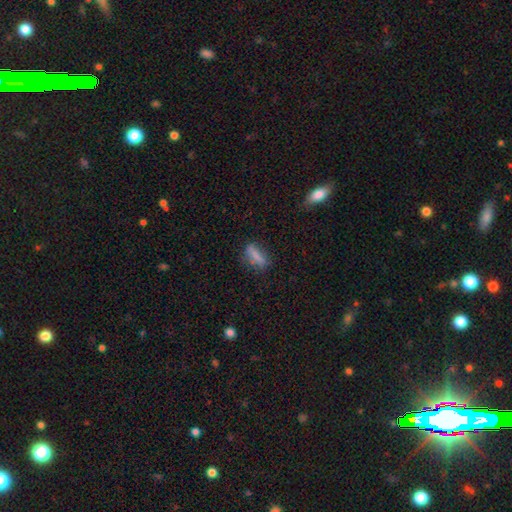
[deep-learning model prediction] A smooth galaxy with no disk features (76%) that is in between round and cigar-shaped (49%).

Vote fractions:
- Smooth or featured? smooth: 76% / featured or disk: 14% / star or artifact: 11%
- How rounded? in between: 49% / cigar-shaped: 47% / round: 4%
- Merging? none: 69% / minor disturbance: 20% / major disturbance: 8% / merger: 3%